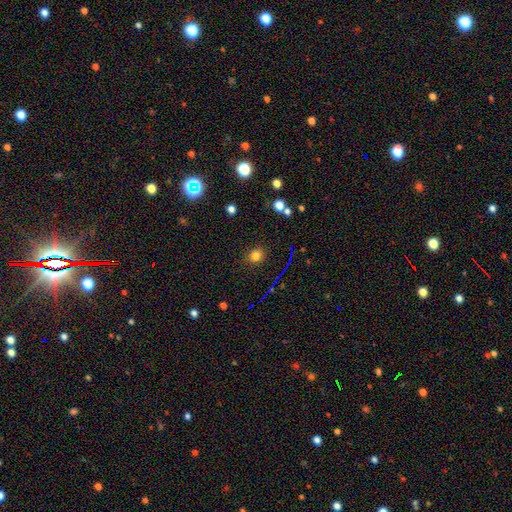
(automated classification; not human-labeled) Smooth or featured? smooth (77%)
How rounded? round (77%)
Merging? none (87%)